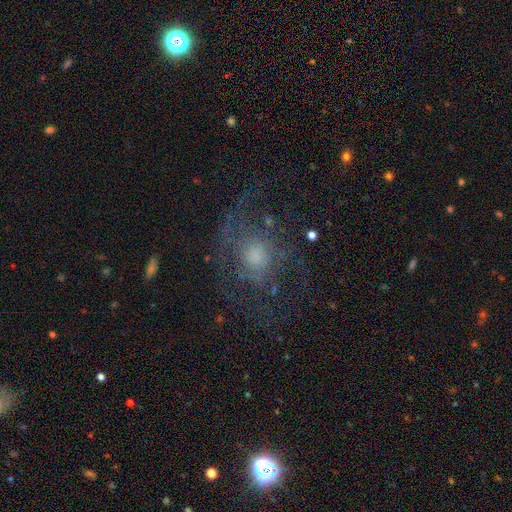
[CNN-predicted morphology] A featured or disk galaxy (67%) with no bar (79%), spiral arms (76%) and a moderate central bulge (48%). Merging: none (58%).